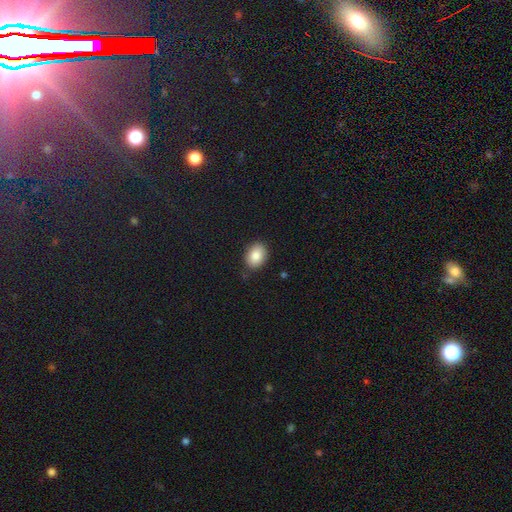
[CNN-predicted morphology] Q: Smooth or featured?
A: smooth (86%); runner-up: star or artifact (8%)
Q: How rounded?
A: in between (66%); runner-up: round (33%)
Q: Merging?
A: none (84%); runner-up: minor disturbance (12%)